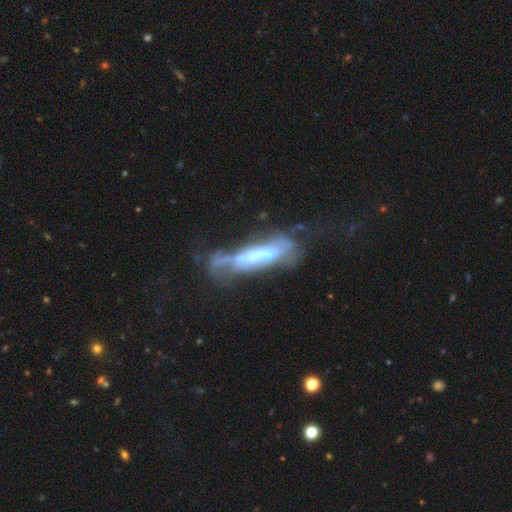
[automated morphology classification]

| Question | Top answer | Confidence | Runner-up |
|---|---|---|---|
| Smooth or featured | featured or disk | 65% | smooth (25%) |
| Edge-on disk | no | 69% | yes (31%) |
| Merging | major disturbance | 33% | merger (30%) |